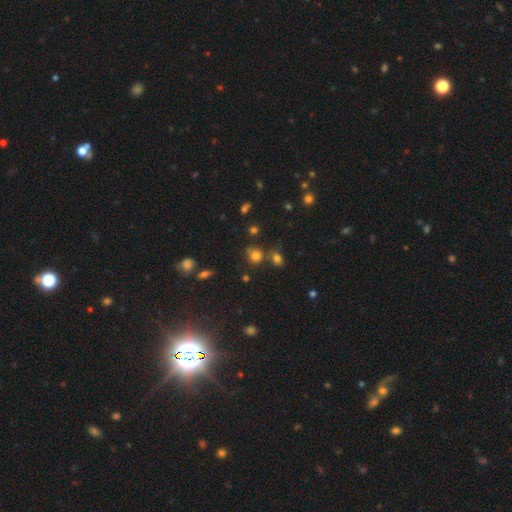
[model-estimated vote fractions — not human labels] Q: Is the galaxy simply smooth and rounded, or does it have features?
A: smooth — 73%.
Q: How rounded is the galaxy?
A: round — 80%.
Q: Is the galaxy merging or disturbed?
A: none — 66%.